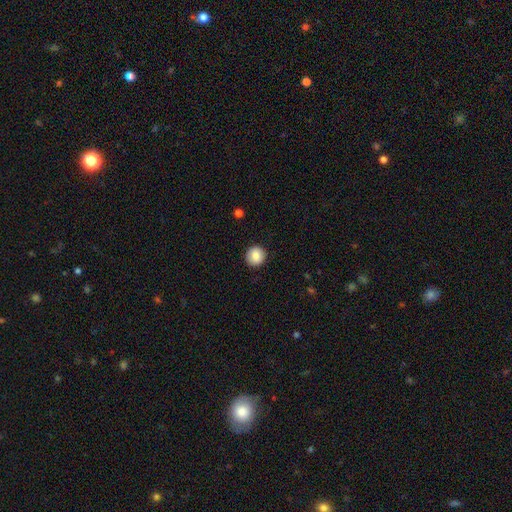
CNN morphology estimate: Smooth or featured? smooth (85%)
How rounded? round (92%)
Merging? none (91%)